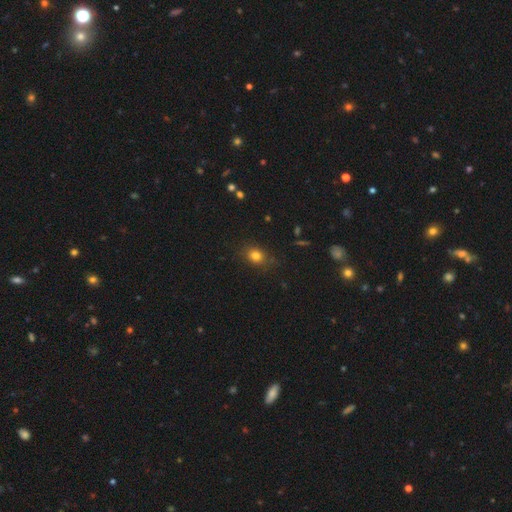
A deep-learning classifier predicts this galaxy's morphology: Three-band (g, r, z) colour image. It shows a smooth galaxy with no disk features (80%) that is round (55%). Merging: none (81%).